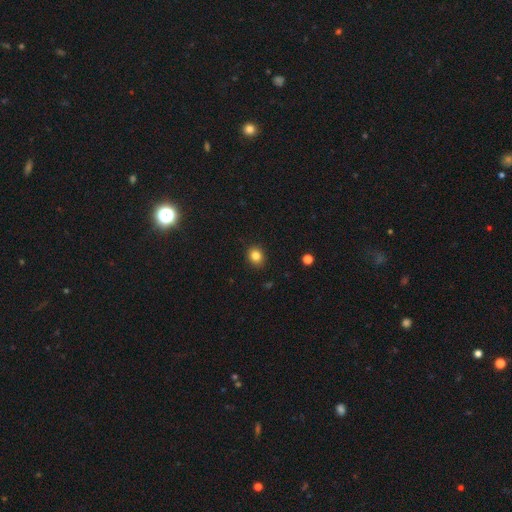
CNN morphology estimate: Smooth or featured: smooth — 83% (star or artifact — 11%)
How rounded: round — 71% (in between — 29%)
Merging: none — 90% (minor disturbance — 7%)